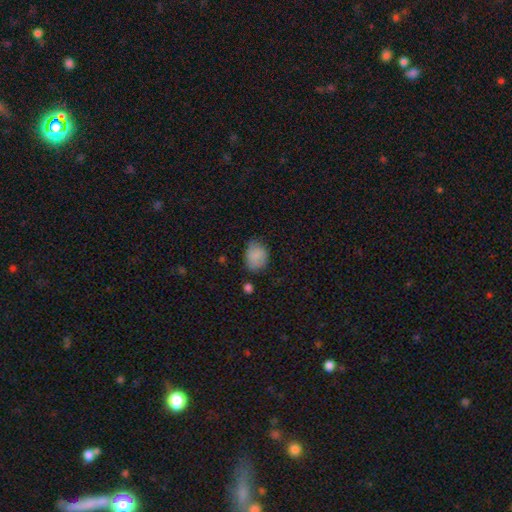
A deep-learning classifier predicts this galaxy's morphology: This is clearly a smooth galaxy (83%). How rounded: possibly in between (57%). Merging: likely none (62%).